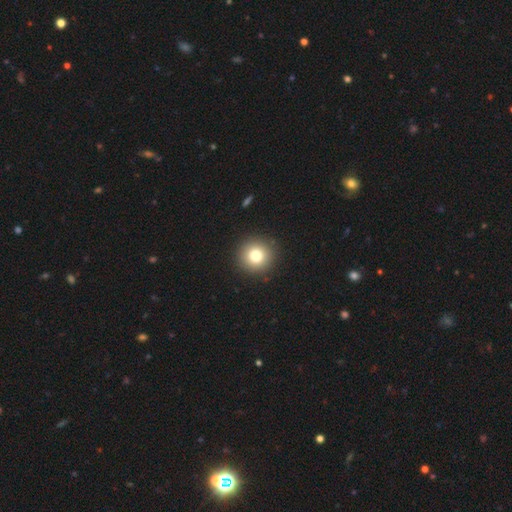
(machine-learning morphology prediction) The model was most divided on "smooth or featured": smooth: 79%, star or artifact: 11%, featured or disk: 9%. More confident: how rounded — round (94%); merging — none (92%).